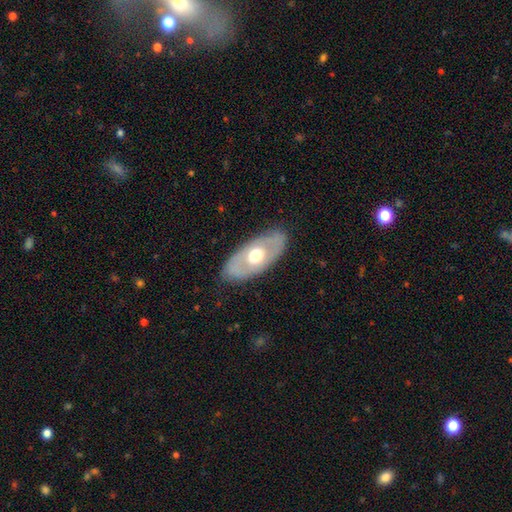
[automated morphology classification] Smooth or featured: featured or disk — 50% (smooth — 45%)
Merging: none — 82% (minor disturbance — 13%)